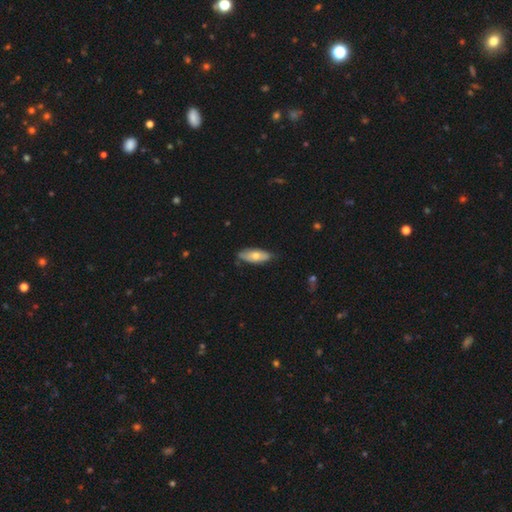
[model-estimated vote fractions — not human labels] smooth 65%, featured or disk 29%, star or artifact 6%. Down the decision tree: how rounded — in between (75%); merging — none (75%).